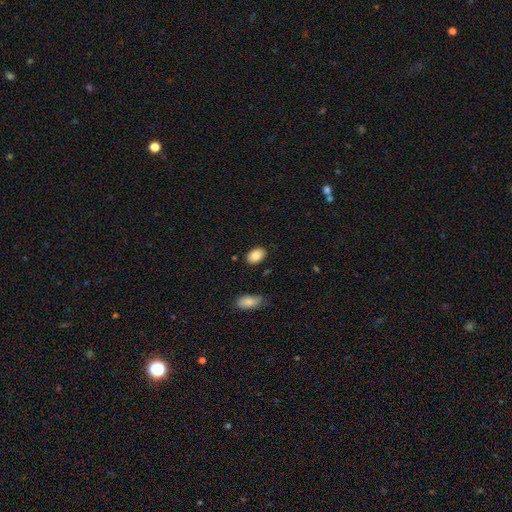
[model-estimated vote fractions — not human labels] This is clearly a smooth galaxy (85%). How rounded: clearly in between (87%). Merging: clearly none (85%).